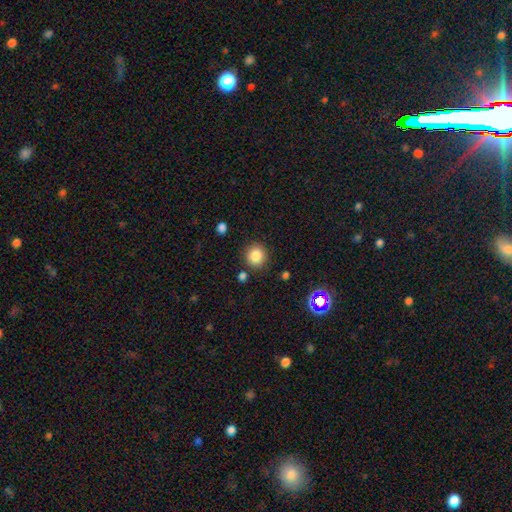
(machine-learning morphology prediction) This is clearly a smooth galaxy (84%). How rounded: clearly round (88%). Merging: clearly none (86%).